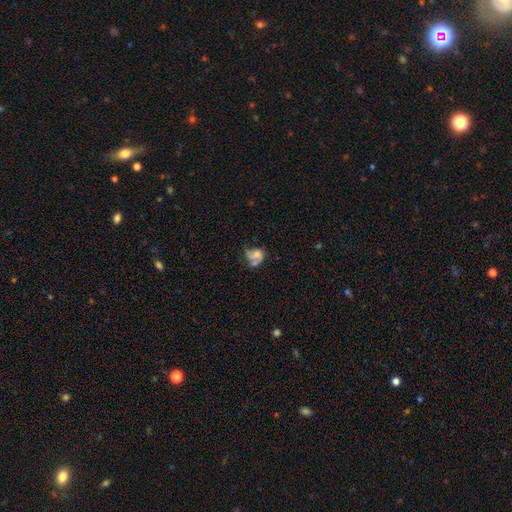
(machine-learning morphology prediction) type=smooth (48%); merging=none (28%).